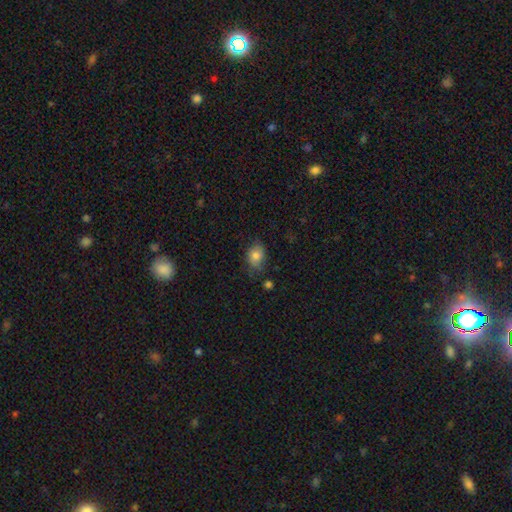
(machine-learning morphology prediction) Smooth or featured? Predicted: smooth (p=0.81). How rounded? Predicted: in between (p=0.68). Merging? Predicted: none (p=0.67).